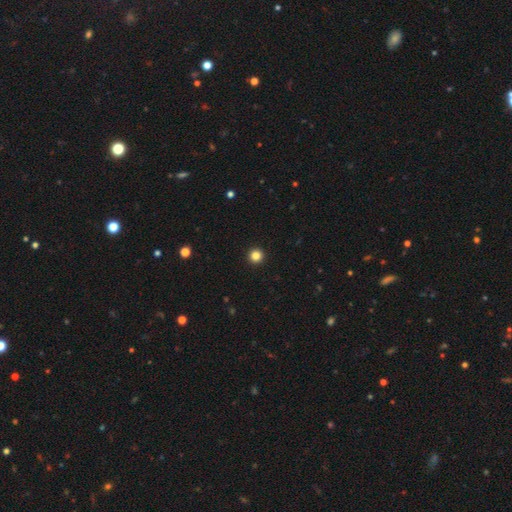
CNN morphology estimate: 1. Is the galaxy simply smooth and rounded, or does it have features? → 85% smooth, 12% star or artifact, 4% featured or disk.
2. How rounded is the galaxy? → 96% round, 3% in between, 1% cigar-shaped.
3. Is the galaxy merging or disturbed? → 94% none, 3% minor disturbance, 1% major disturbance, 1% merger.